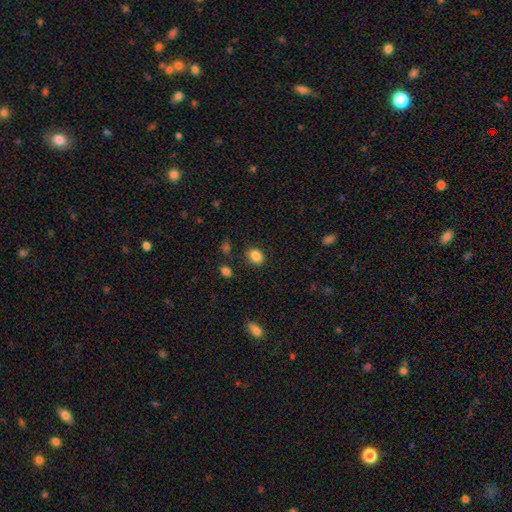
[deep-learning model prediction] This is clearly a smooth galaxy (86%). How rounded: possibly in between (57%). Merging: clearly none (83%).